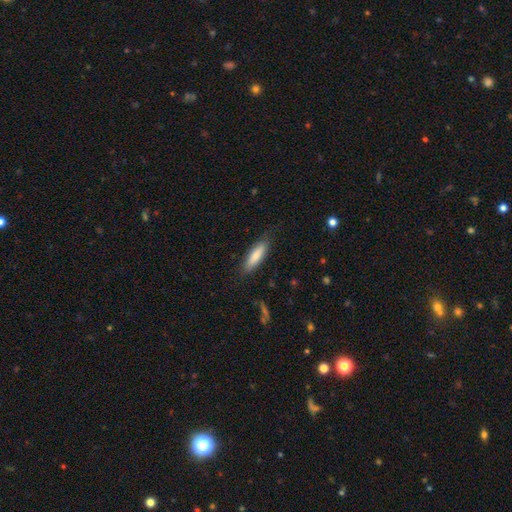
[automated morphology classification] Overall: smooth (82%). How rounded: cigar-shaped (62%; in between 37%). Merging: none (83%).